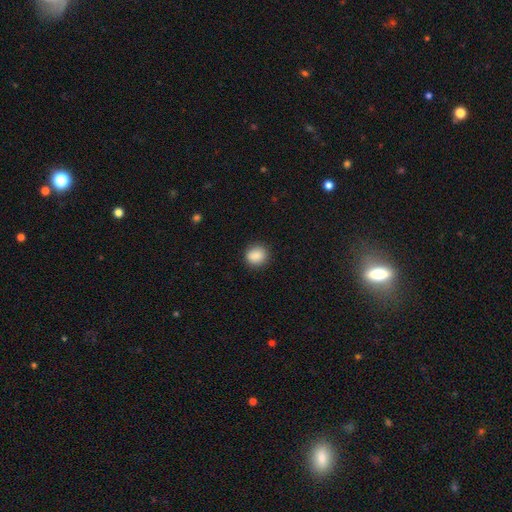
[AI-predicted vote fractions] Smooth or featured? smooth (88%)
How rounded? round (81%)
Merging? none (88%)